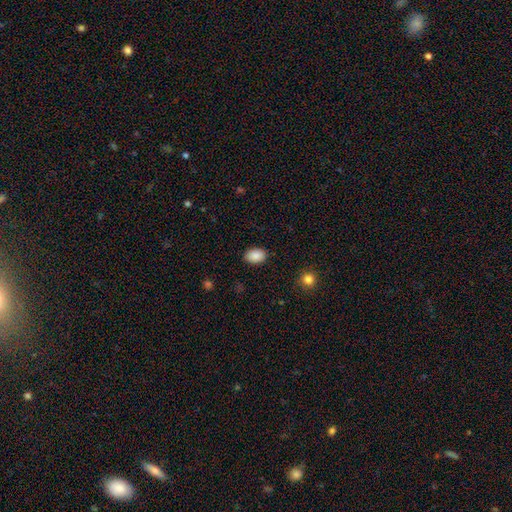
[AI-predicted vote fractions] Morphology: type=smooth (89%); roundness=in between (84%); merging=none (88%).